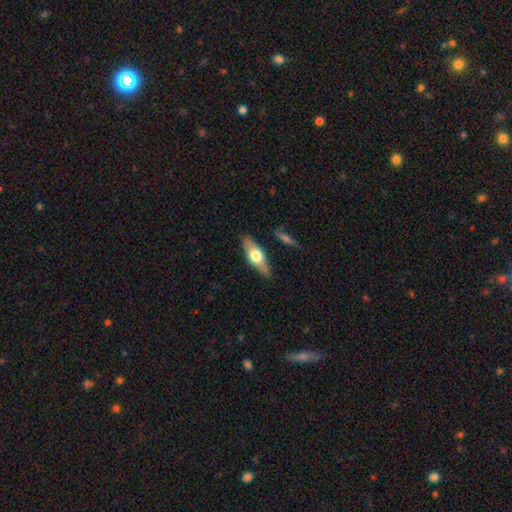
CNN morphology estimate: The model was most divided on "smooth or featured": featured or disk: 48%, smooth: 46%, star or artifact: 6%. More confident: merging — none (86%).